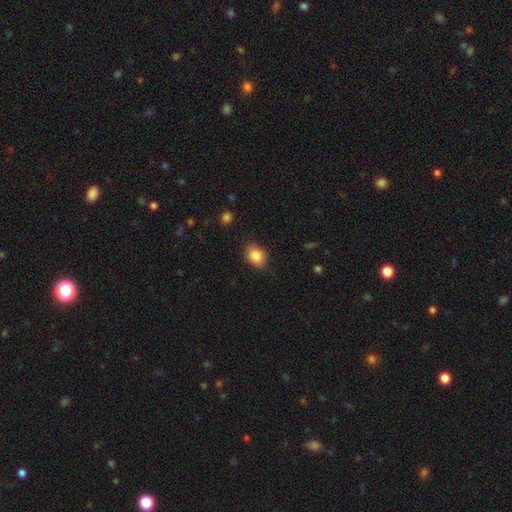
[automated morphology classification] Smooth or featured?
  - smooth: 85% *
  - star or artifact: 8%
  - featured or disk: 6%
How rounded?
  - in between: 69% *
  - round: 30%
  - cigar-shaped: 1%
Merging?
  - none: 82% *
  - minor disturbance: 15%
  - major disturbance: 3%
  - merger: 1%